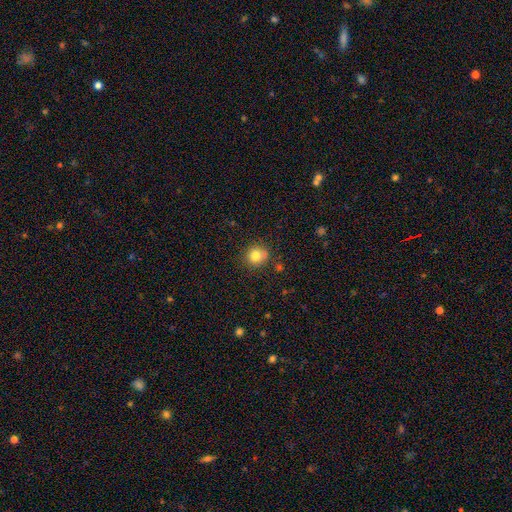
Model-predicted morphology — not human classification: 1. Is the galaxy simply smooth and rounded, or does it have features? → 81% smooth, 12% star or artifact, 8% featured or disk.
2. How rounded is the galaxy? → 86% round, 13% in between, 1% cigar-shaped.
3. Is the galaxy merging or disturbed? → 82% none, 12% minor disturbance, 3% major disturbance, 3% merger.